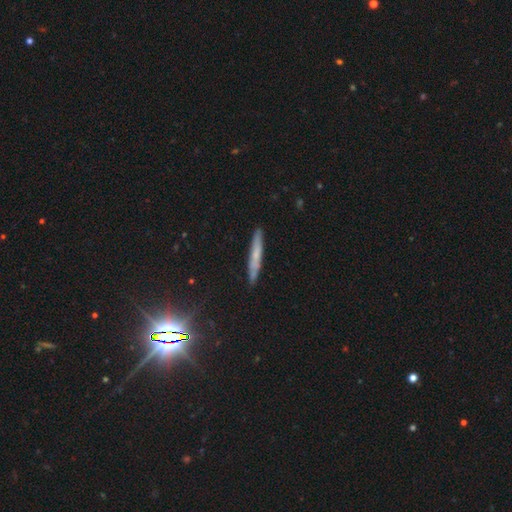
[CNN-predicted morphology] Smooth or featured? smooth (50%)
Merging? none (86%)